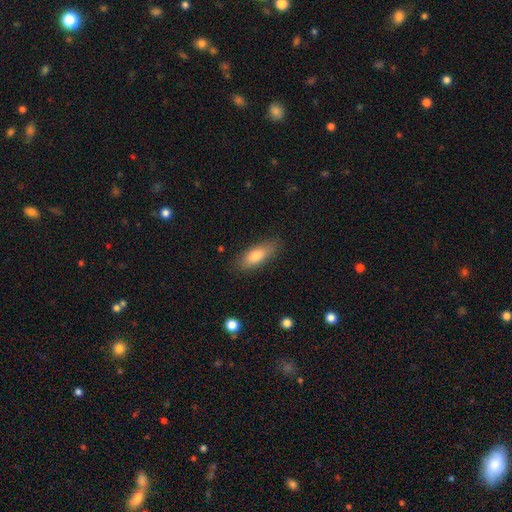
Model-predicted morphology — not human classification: type=smooth (77%); roundness=in between (66%); merging=none (82%).